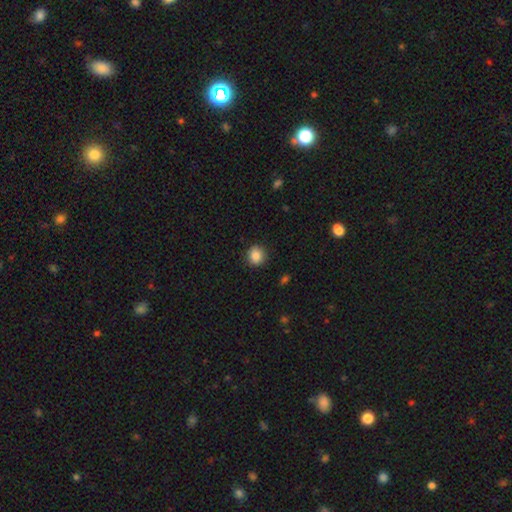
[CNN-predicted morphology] This appears to be a smooth galaxy with no disk features (86%) that is round (88%). Merging: none (90%).